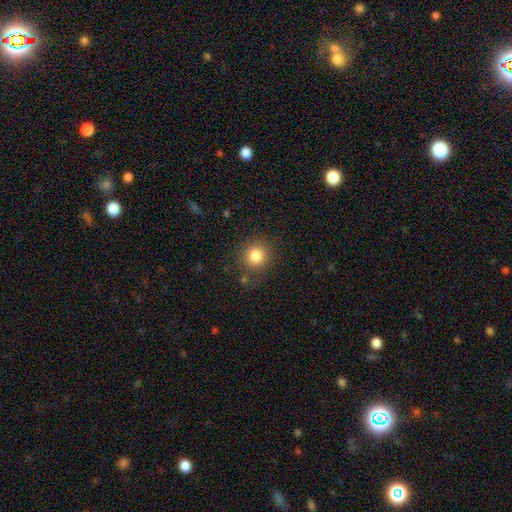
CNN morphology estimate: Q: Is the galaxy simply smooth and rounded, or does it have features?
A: smooth — 82%.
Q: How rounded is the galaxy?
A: round — 91%.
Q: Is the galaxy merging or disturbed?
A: none — 84%.